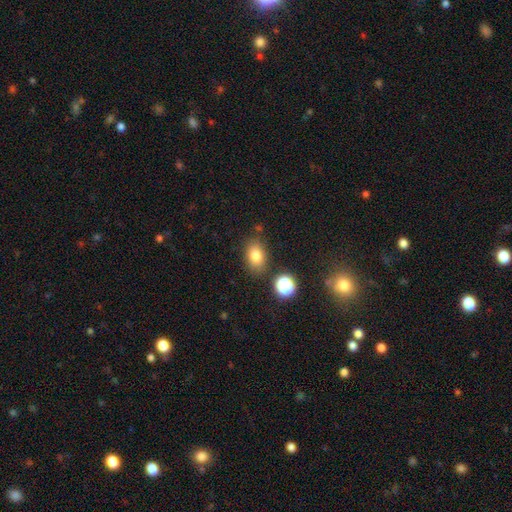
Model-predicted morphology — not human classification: Smooth or featured? Predicted: smooth (p=0.78). How rounded? Predicted: in between (p=0.78). Merging? Predicted: none (p=0.80).